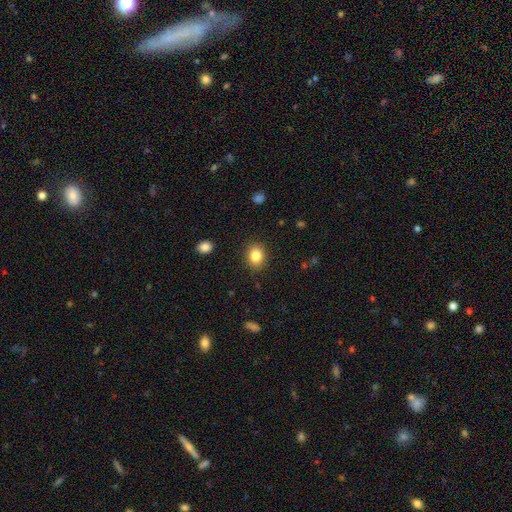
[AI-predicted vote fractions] Overall: smooth (84%). How rounded: round (53%; in between 46%). Merging: none (88%).